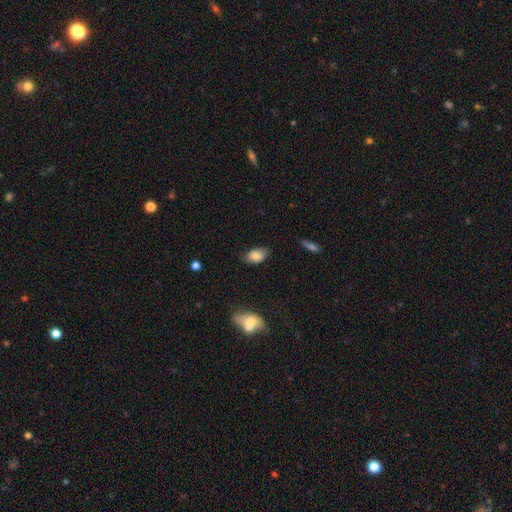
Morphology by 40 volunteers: smooth_or_featured: smooth (p=0.88) [alt: star or artifact p=0.07]
how_rounded: in between (p=0.91) [alt: round p=0.09]
merging: none (p=0.86) [alt: minor disturbance p=0.11]